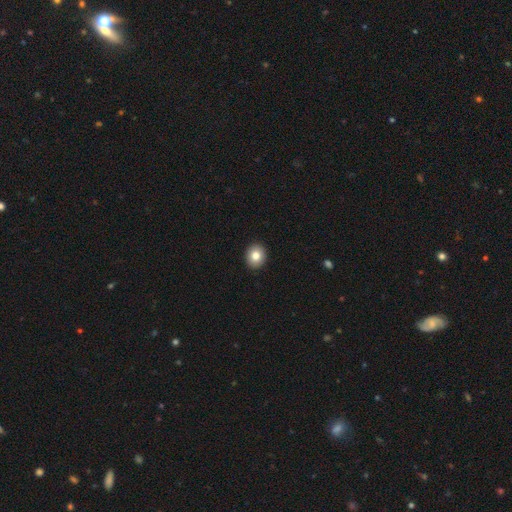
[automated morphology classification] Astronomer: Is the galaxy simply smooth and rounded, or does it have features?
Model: smooth — 82%.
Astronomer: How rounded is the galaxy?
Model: round — 72%.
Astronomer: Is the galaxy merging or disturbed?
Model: none — 93%.